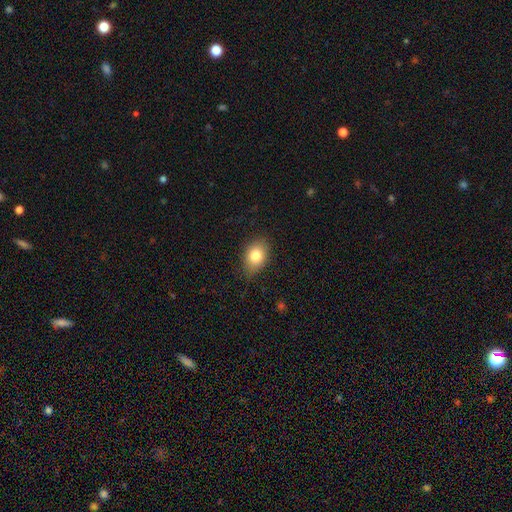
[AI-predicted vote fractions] Smooth or featured? smooth (80%)
How rounded? in between (70%)
Merging? none (78%)